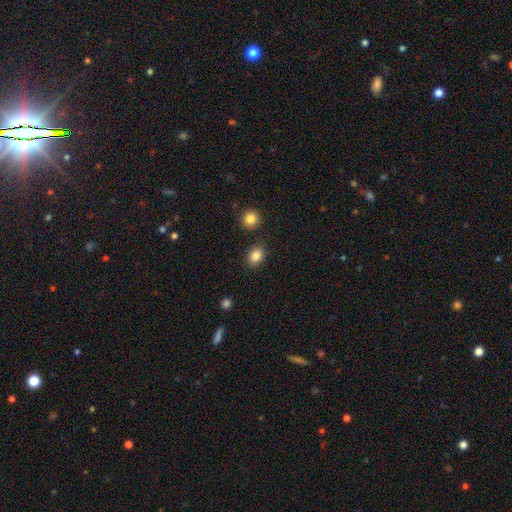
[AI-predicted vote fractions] Smooth or featured? Predicted: smooth (p=0.85). How rounded? Predicted: in between (p=0.60). Merging? Predicted: none (p=0.85).